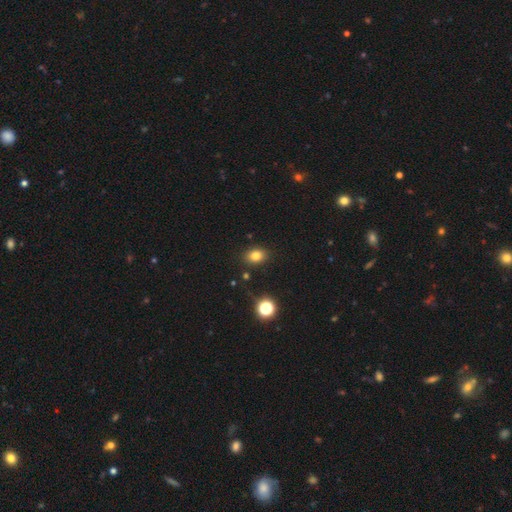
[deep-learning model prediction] Smooth or featured?
  - smooth: 80% *
  - star or artifact: 13%
  - featured or disk: 7%
How rounded?
  - in between: 63% *
  - round: 36%
  - cigar-shaped: 1%
Merging?
  - none: 86% *
  - minor disturbance: 9%
  - major disturbance: 3%
  - merger: 2%